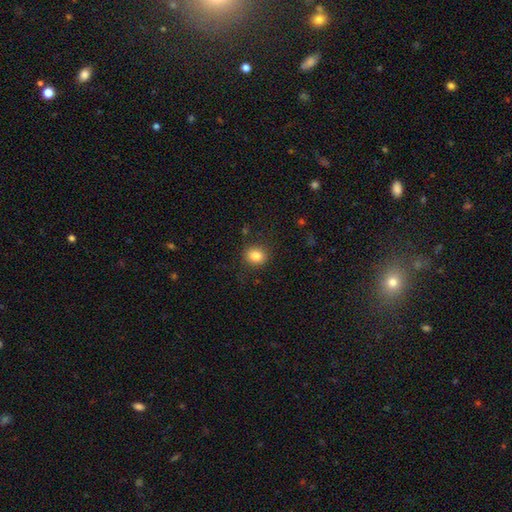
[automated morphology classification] Smooth or featured: smooth — 84% (star or artifact — 10%)
How rounded: round — 68% (in between — 31%)
Merging: none — 85% (minor disturbance — 10%)